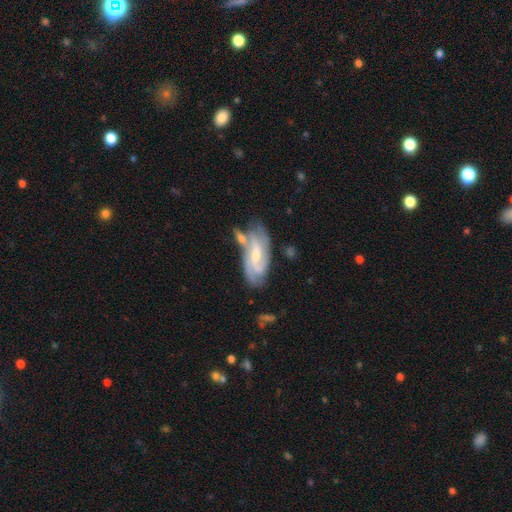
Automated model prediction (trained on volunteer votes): Q: Smooth or featured?
A: featured or disk (82%); runner-up: smooth (12%)
Q: Edge-on disk?
A: no (93%); runner-up: yes (7%)
Q: Bar?
A: weak (46%); runner-up: no (30%)
Q: Spiral arms?
A: yes (95%); runner-up: no (5%)
Q: Spiral winding?
A: medium (43%); runner-up: tight (40%)
Q: Spiral arm count?
A: 2 (45%); runner-up: 3 (24%)
Q: Bulge size?
A: small (53%); runner-up: moderate (41%)
Q: Merging?
A: none (56%); runner-up: minor disturbance (20%)